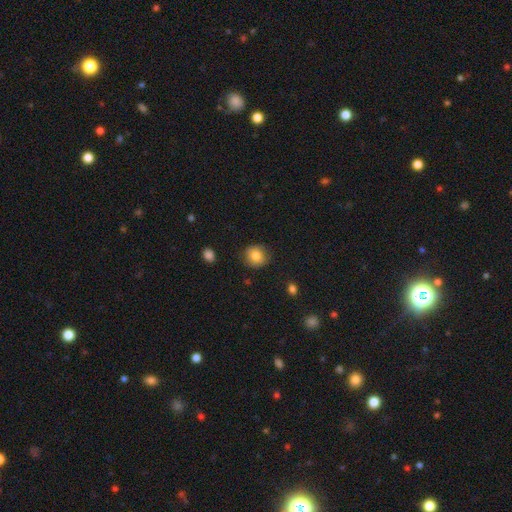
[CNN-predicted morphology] type=smooth (82%); roundness=round (87%); merging=none (86%).